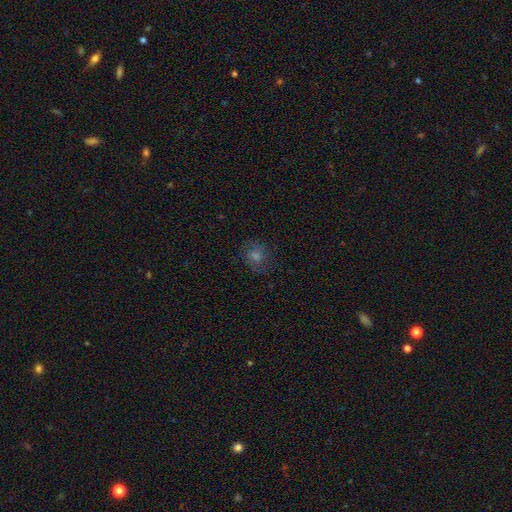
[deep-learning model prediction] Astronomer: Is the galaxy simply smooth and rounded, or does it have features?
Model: featured or disk — 40% (runner-up: smooth, 36%).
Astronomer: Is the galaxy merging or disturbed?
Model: none — 80%.